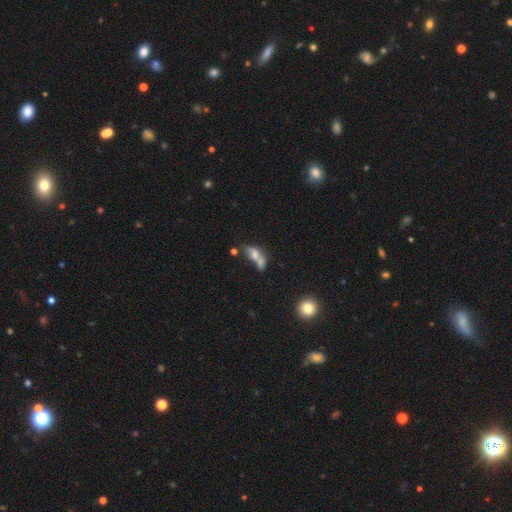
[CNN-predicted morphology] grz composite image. It shows a smooth galaxy with no disk features (63%) that is in between round and cigar-shaped (74%). Merging: merger (59%).